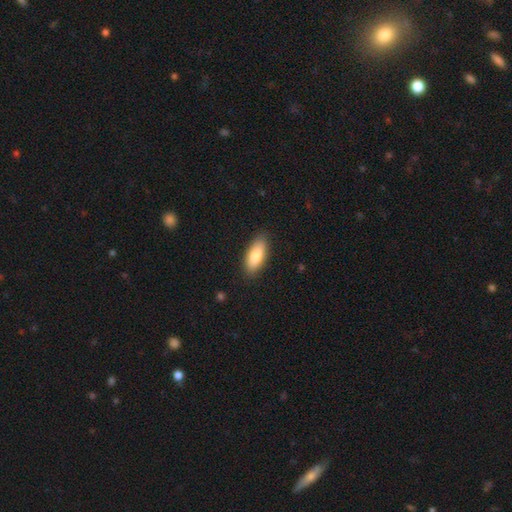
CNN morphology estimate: Q: Smooth or featured?
A: smooth (84%); runner-up: featured or disk (10%)
Q: How rounded?
A: in between (81%); runner-up: cigar-shaped (17%)
Q: Merging?
A: none (87%); runner-up: minor disturbance (10%)